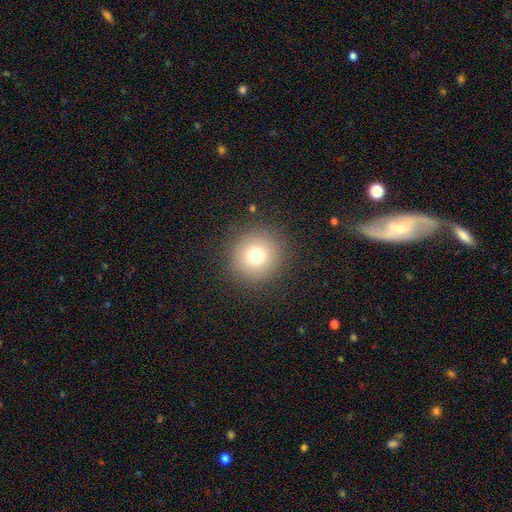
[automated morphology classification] smooth 75%, star or artifact 14%, featured or disk 10%. Down the decision tree: how rounded — round (95%); merging — none (90%).